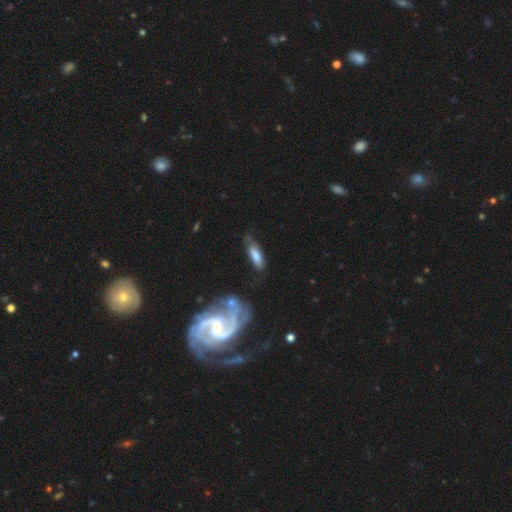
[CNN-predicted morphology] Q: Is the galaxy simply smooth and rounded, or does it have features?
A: smooth — 68%.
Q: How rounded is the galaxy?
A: in between — 53%.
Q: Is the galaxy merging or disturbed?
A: none — 61%.